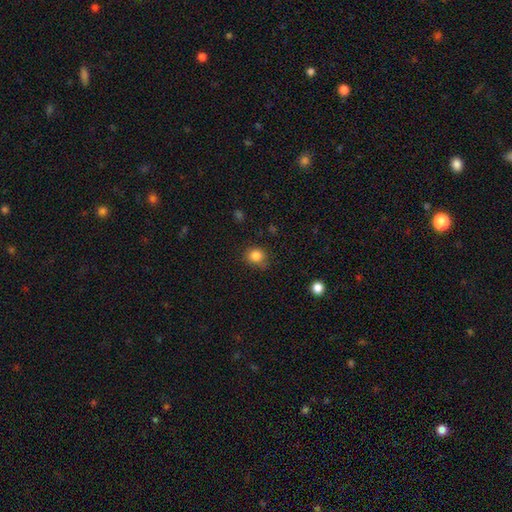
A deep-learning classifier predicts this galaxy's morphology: A smooth galaxy with no disk features (84%) that is round (79%). Merging: none (77%).